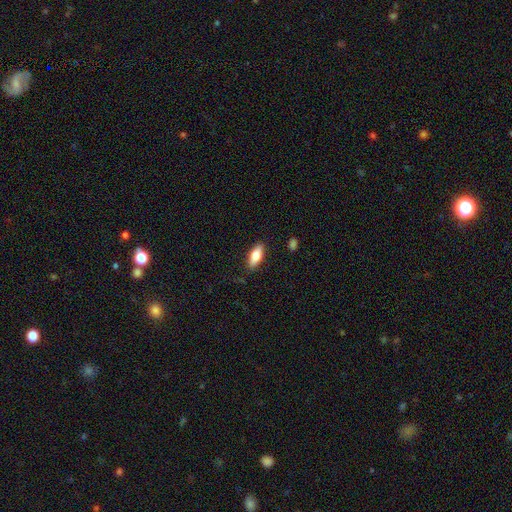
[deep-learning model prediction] Smooth or featured?
  - smooth: 71% *
  - featured or disk: 22%
  - star or artifact: 6%
How rounded?
  - in between: 73% *
  - cigar-shaped: 24%
  - round: 3%
Merging?
  - none: 86% *
  - minor disturbance: 11%
  - major disturbance: 2%
  - merger: 1%